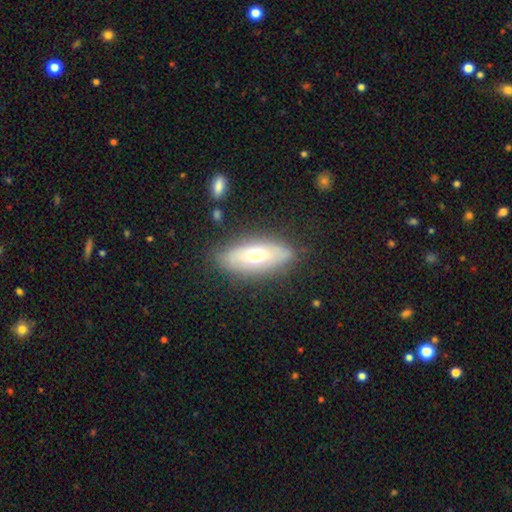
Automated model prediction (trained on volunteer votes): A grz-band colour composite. It shows a featured or disk galaxy (48%). Merging: none (78%).